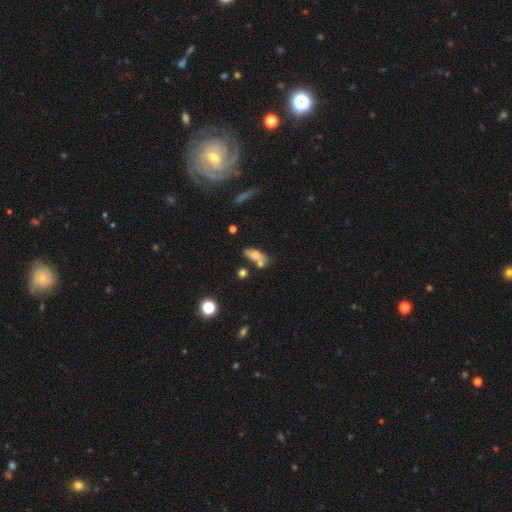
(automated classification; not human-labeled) smooth-or-featured: smooth: 65% | featured or disk: 25% | star or artifact: 10%
  how-rounded: in between: 81% | cigar-shaped: 11% | round: 8%
  merging: none: 45% | merger: 34% | minor disturbance: 15% | major disturbance: 6%